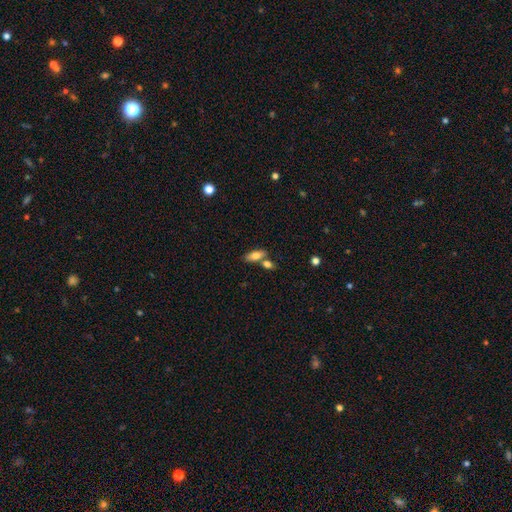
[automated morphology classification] smooth_or_featured: smooth (p=0.76) [alt: featured or disk p=0.17]
how_rounded: in between (p=0.80) [alt: cigar-shaped p=0.17]
merging: none (p=0.59) [alt: merger p=0.26]